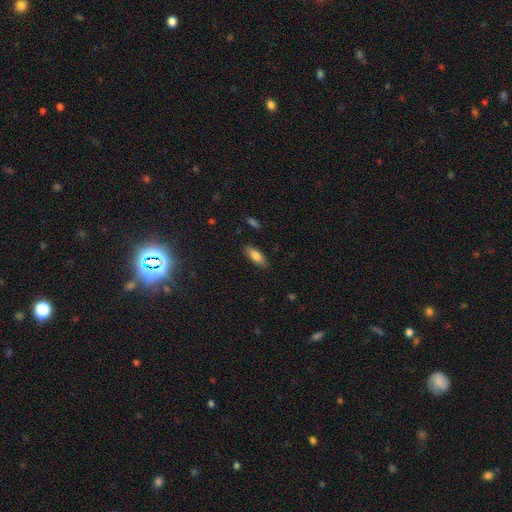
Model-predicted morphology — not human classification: Smooth or featured: smooth — 81% (featured or disk — 11%)
How rounded: in between — 78% (cigar-shaped — 19%)
Merging: none — 85% (minor disturbance — 11%)